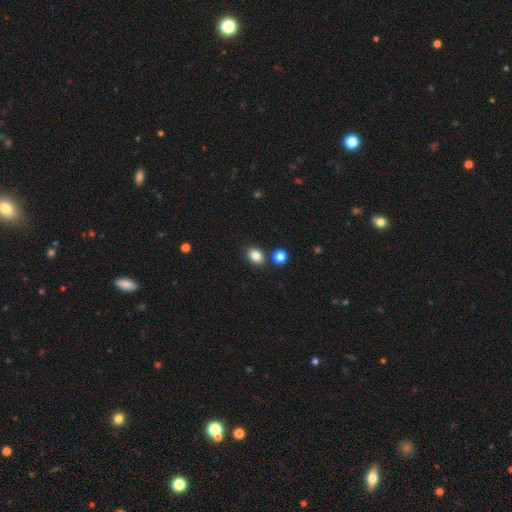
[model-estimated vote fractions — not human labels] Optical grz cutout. It shows a smooth galaxy with no disk features (84%) that is in between round and cigar-shaped (65%). Merging: none (81%).